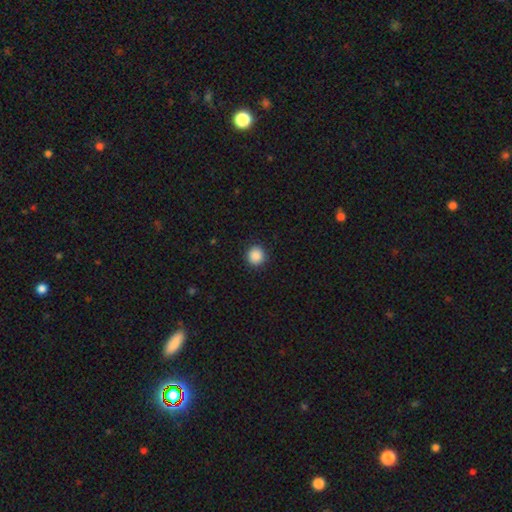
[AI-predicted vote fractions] Smooth or featured?
  - smooth: 89% *
  - star or artifact: 9%
  - featured or disk: 2%
How rounded?
  - round: 94% *
  - in between: 5%
  - cigar-shaped: 1%
Merging?
  - none: 92% *
  - minor disturbance: 5%
  - major disturbance: 2%
  - merger: 1%